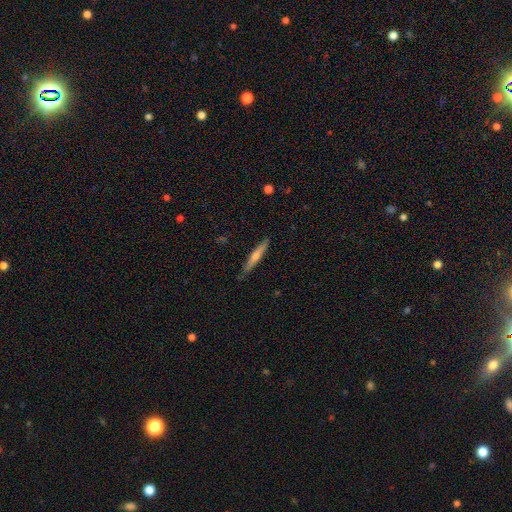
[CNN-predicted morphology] Smooth or featured?
  - featured or disk: 57% *
  - smooth: 36%
  - star or artifact: 6%
Edge-on disk?
  - yes: 96% *
  - no: 4%
Edge-on bulge?
  - rounded: 70% *
  - none: 25%
  - boxy: 6%
Merging?
  - none: 88% *
  - minor disturbance: 9%
  - major disturbance: 2%
  - merger: 1%